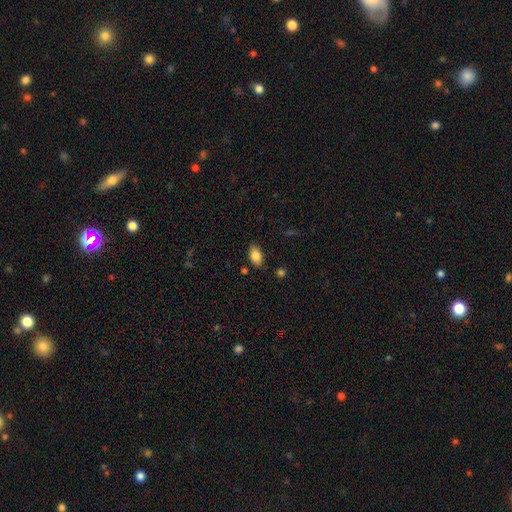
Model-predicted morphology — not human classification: The model was most divided on "merging": none: 83%, minor disturbance: 12%, major disturbance: 3%, merger: 3%. More confident: how rounded — in between (91%); smooth or featured — smooth (85%).